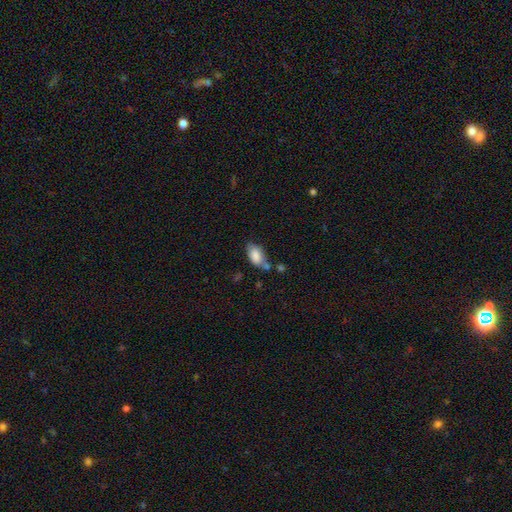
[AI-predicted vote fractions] smooth-or-featured: smooth: 84% | featured or disk: 9% | star or artifact: 7%
  how-rounded: in between: 92% | round: 5% | cigar-shaped: 3%
  merging: none: 51% | minor disturbance: 24% | merger: 18% | major disturbance: 7%